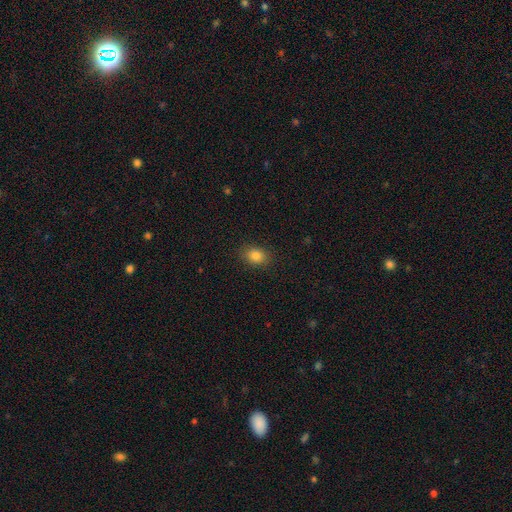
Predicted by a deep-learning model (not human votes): smooth-or-featured: smooth: 84% | star or artifact: 11% | featured or disk: 5%
  how-rounded: in between: 58% | round: 41% | cigar-shaped: 1%
  merging: none: 88% | minor disturbance: 9% | major disturbance: 3% | merger: 1%